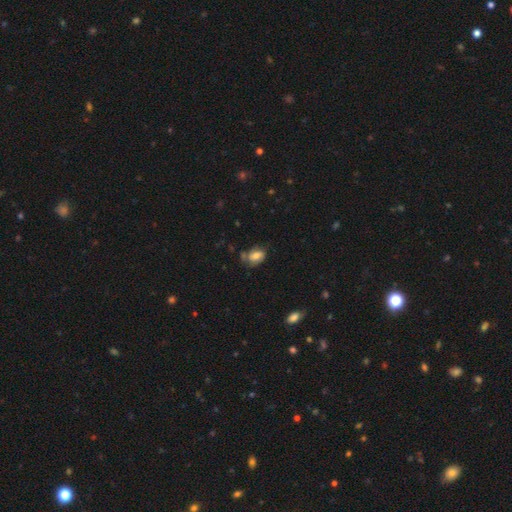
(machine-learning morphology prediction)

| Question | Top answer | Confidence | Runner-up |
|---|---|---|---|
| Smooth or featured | smooth | 63% | featured or disk (27%) |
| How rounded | in between | 79% | round (19%) |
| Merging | none | 49% | minor disturbance (30%) |